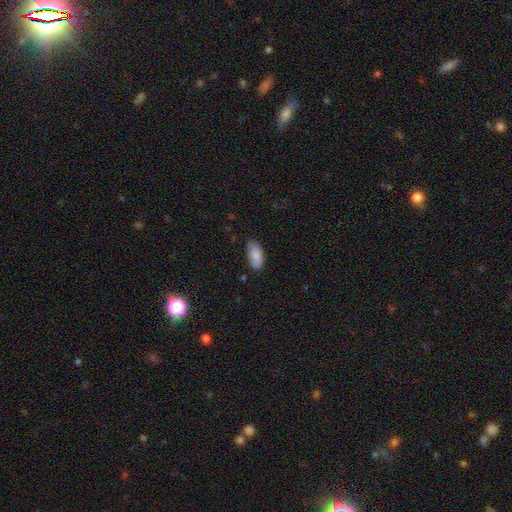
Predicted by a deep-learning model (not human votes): smooth-or-featured: smooth: 86% | featured or disk: 8% | star or artifact: 7%
  how-rounded: in between: 92% | cigar-shaped: 6% | round: 2%
  merging: none: 77% | minor disturbance: 19% | major disturbance: 3% | merger: 2%